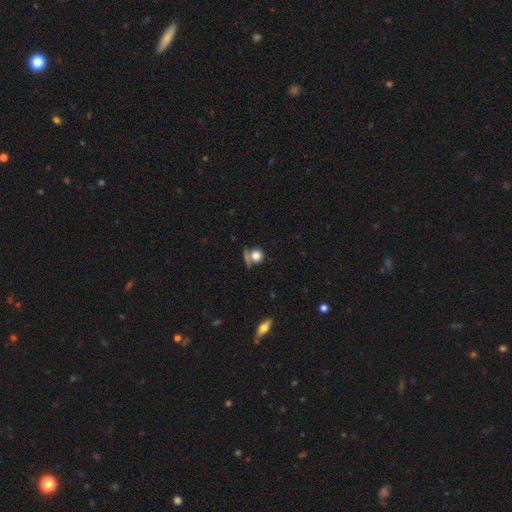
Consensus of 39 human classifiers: smooth-or-featured: smooth: 74% | featured or disk: 13% | star or artifact: 13%
  how-rounded: round: 97% | in between: 3% | cigar-shaped: 0%
  merging: none: 79% | minor disturbance: 9% | merger: 9% | major disturbance: 3%